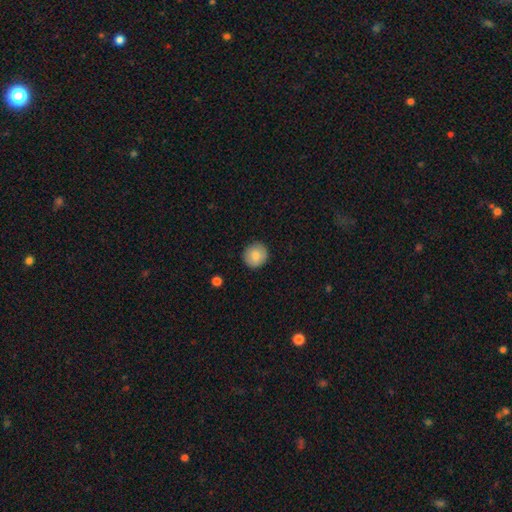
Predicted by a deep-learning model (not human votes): This is clearly a smooth galaxy (82%). How rounded: clearly round (89%). Merging: clearly none (89%).